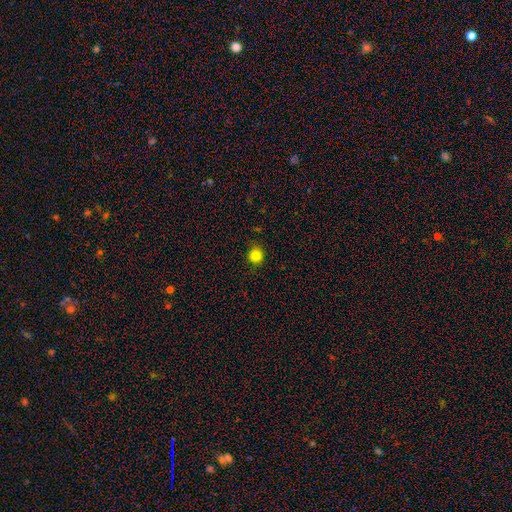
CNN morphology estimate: Smooth or featured? Predicted: smooth (p=0.84). How rounded? Predicted: round (p=0.90). Merging? Predicted: none (p=0.88).